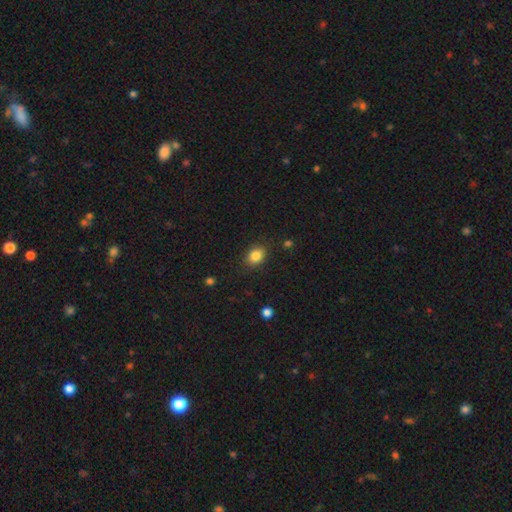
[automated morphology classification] Q: Smooth or featured?
A: smooth (85%); runner-up: star or artifact (10%)
Q: How rounded?
A: in between (61%); runner-up: round (38%)
Q: Merging?
A: none (85%); runner-up: minor disturbance (11%)